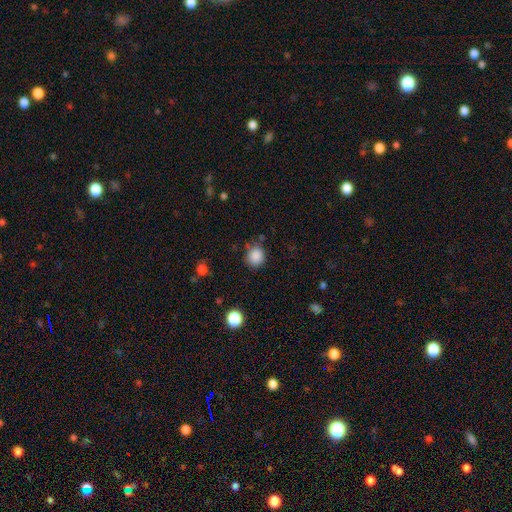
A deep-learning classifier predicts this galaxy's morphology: The model was most divided on "how rounded": round: 81%, in between: 18%, cigar-shaped: 1%. More confident: smooth or featured — smooth (87%); merging — none (79%).